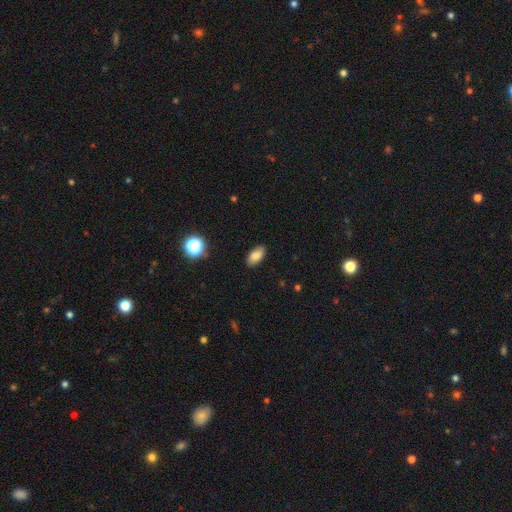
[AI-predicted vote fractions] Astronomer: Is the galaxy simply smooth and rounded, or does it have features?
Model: smooth — 85%.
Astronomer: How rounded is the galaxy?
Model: in between — 91%.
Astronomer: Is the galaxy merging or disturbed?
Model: none — 88%.